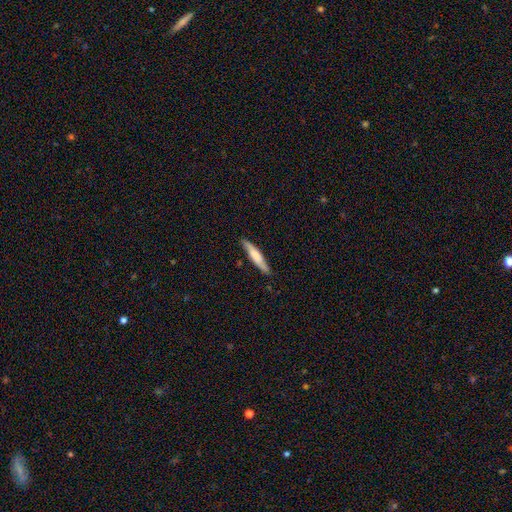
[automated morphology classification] Smooth or featured: smooth — 61% (featured or disk — 33%)
How rounded: cigar-shaped — 89% (in between — 9%)
Merging: none — 84% (minor disturbance — 13%)